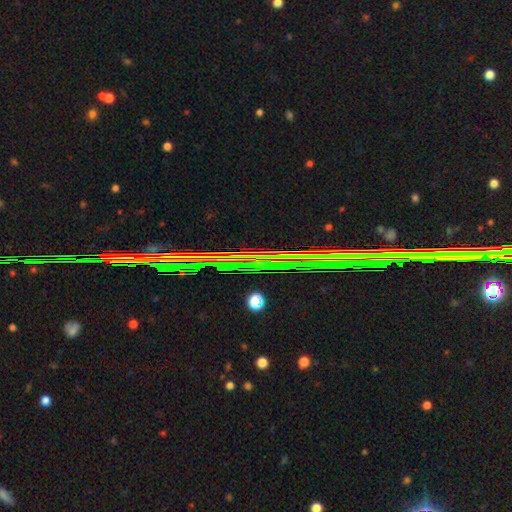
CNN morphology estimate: Smooth or featured: star or artifact — 82% (featured or disk — 11%)